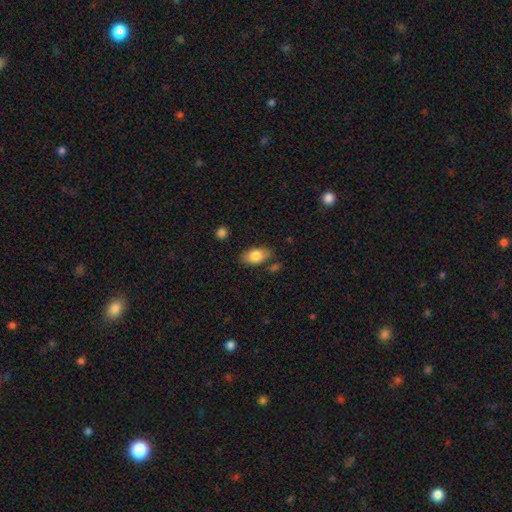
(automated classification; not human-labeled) A smooth galaxy with no disk features (82%) that is in between round and cigar-shaped (91%).

Vote fractions:
- Smooth or featured? smooth: 82% / featured or disk: 11% / star or artifact: 7%
- How rounded? in between: 91% / round: 7% / cigar-shaped: 3%
- Merging? none: 78% / minor disturbance: 14% / merger: 4% / major disturbance: 3%